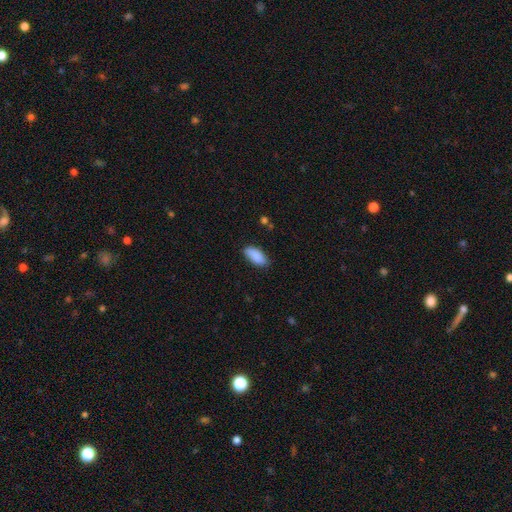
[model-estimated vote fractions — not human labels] This appears to be a smooth galaxy with no disk features (89%) that is in between round and cigar-shaped (88%). Merging: none (81%).